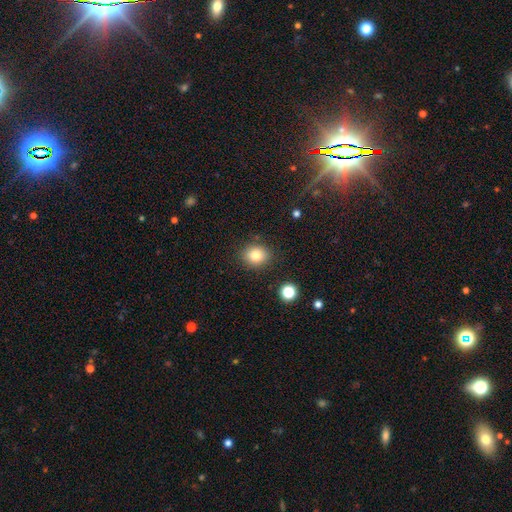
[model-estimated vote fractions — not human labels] This is clearly a smooth galaxy (81%). How rounded: likely round (69%). Merging: clearly none (87%).